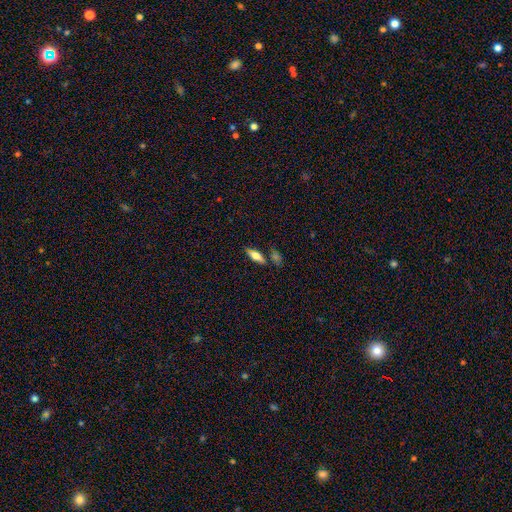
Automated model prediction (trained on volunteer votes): The model was most divided on "smooth or featured": smooth: 55%, featured or disk: 38%, star or artifact: 8%. More confident: merging — none (75%); how rounded — in between (58%).